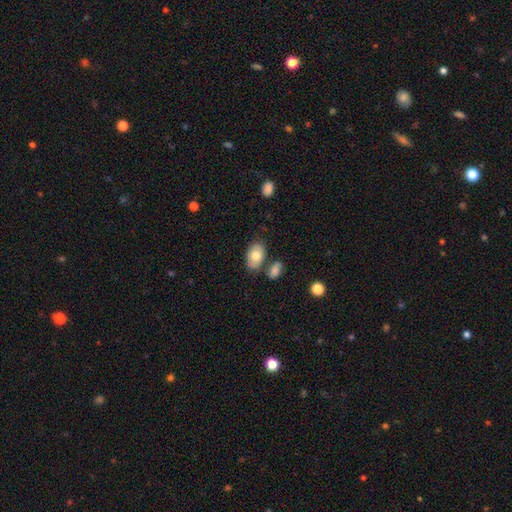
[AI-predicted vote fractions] smooth-or-featured: smooth: 75% | featured or disk: 18% | star or artifact: 7%
  how-rounded: in between: 89% | round: 10% | cigar-shaped: 1%
  merging: none: 69% | minor disturbance: 15% | merger: 12% | major disturbance: 4%